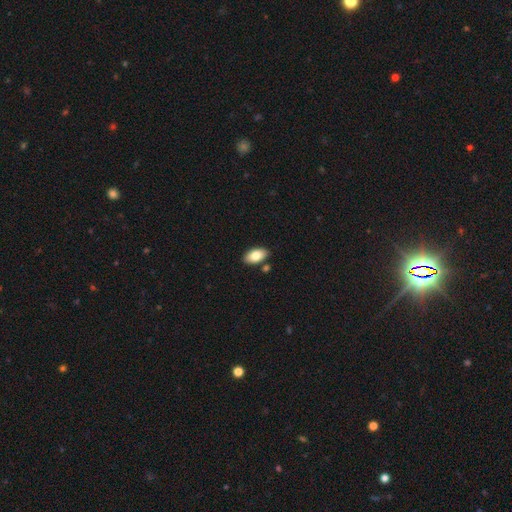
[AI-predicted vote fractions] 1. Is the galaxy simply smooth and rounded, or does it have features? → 82% smooth, 12% featured or disk, 7% star or artifact.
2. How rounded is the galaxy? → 94% in between, 4% round, 2% cigar-shaped.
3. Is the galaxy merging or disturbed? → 84% none, 9% minor disturbance, 5% merger, 2% major disturbance.